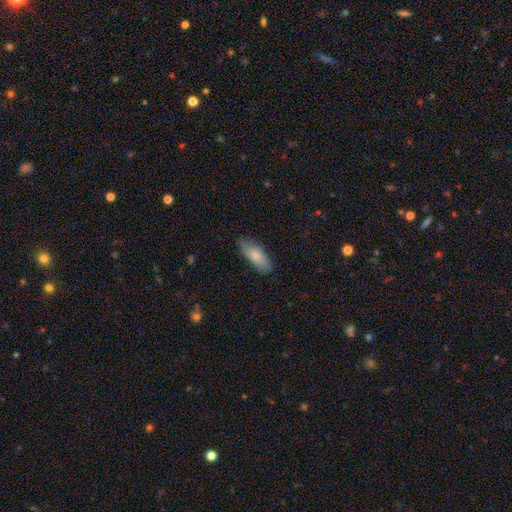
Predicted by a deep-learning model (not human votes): This appears to be a smooth galaxy with no disk features (77%) that is in between round and cigar-shaped (75%). Merging: none (78%).